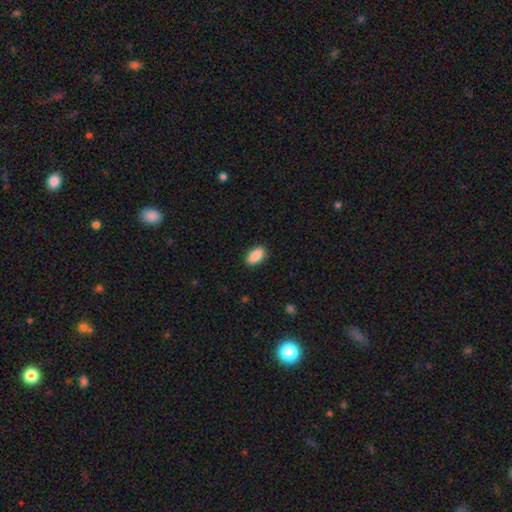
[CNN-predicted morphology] smooth-or-featured: smooth: 89% | star or artifact: 7% | featured or disk: 4%
  how-rounded: in between: 92% | cigar-shaped: 5% | round: 3%
  merging: none: 89% | minor disturbance: 8% | major disturbance: 2% | merger: 1%